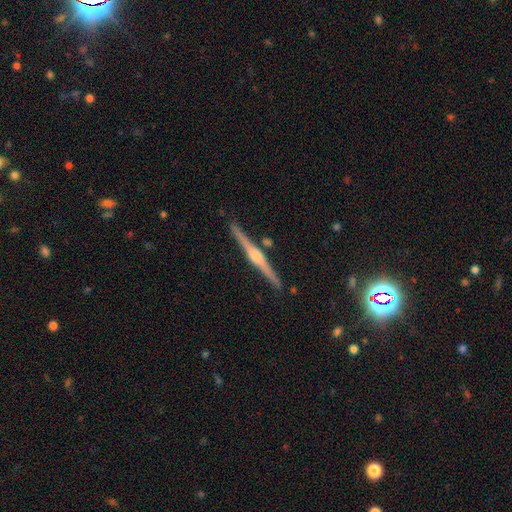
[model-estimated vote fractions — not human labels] This is clearly a featured or disk galaxy (85%). It is clearly viewed edge-on (99%). Edge-on bulge: clearly rounded (86%). Merging: clearly none (90%).